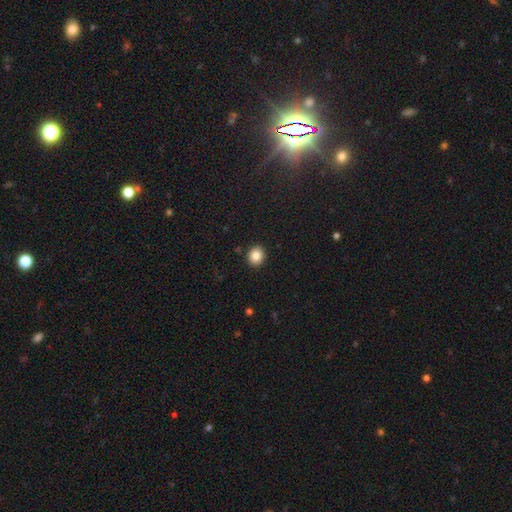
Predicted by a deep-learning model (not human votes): Q: Smooth or featured?
A: smooth (85%); runner-up: star or artifact (10%)
Q: How rounded?
A: round (74%); runner-up: in between (25%)
Q: Merging?
A: none (91%); runner-up: minor disturbance (6%)